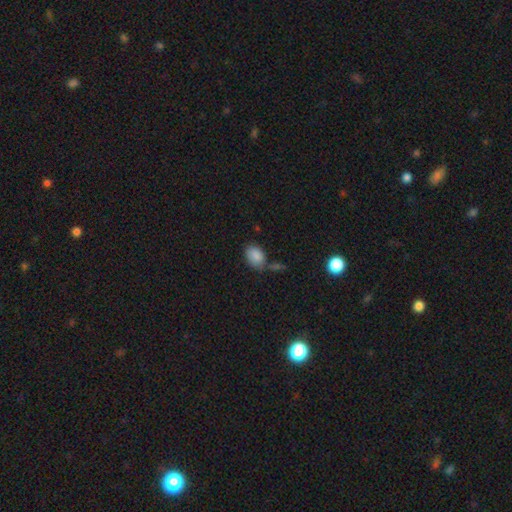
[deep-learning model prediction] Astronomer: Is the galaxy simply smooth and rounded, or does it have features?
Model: smooth — 85%.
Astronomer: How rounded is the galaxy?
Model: in between — 80%.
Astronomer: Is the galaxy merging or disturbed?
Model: none — 57%.